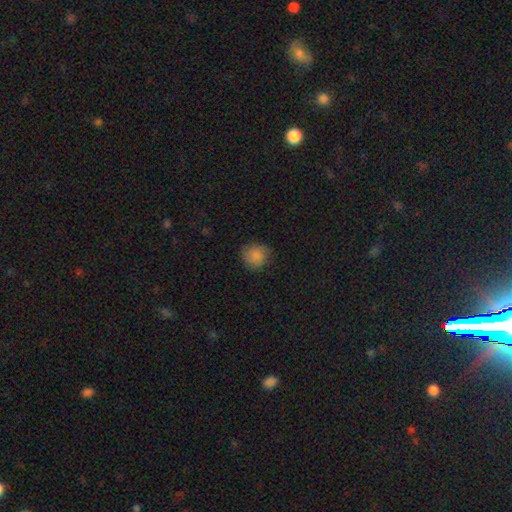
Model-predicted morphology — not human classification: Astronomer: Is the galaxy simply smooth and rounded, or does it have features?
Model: smooth — 83%.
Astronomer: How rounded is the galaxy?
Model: round — 85%.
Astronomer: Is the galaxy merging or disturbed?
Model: none — 77%.